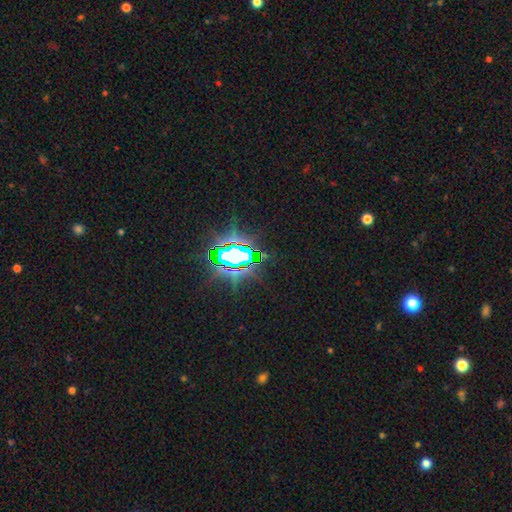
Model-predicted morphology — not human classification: smooth-or-featured: star or artifact: 80% | smooth: 12% | featured or disk: 8%